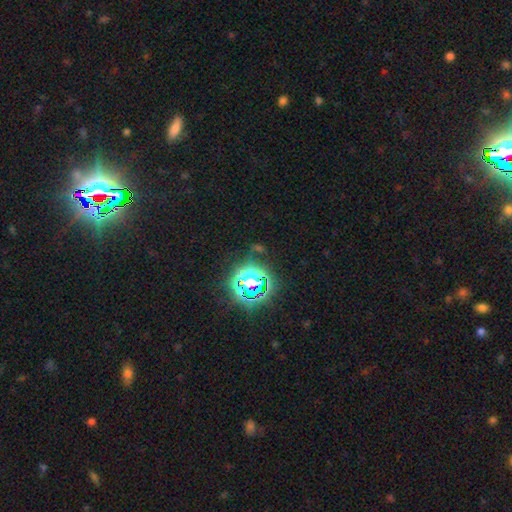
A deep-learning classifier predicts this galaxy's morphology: Smooth or featured? star or artifact (79%)